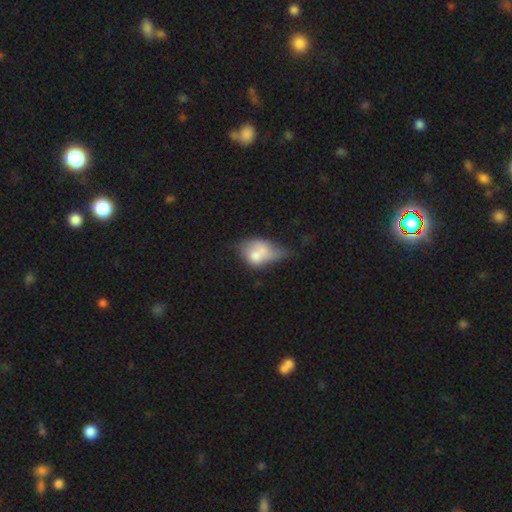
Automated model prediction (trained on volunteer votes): Smooth or featured: smooth — 60% (featured or disk — 31%)
How rounded: in between — 74% (round — 23%)
Merging: merger — 46% (minor disturbance — 19%)